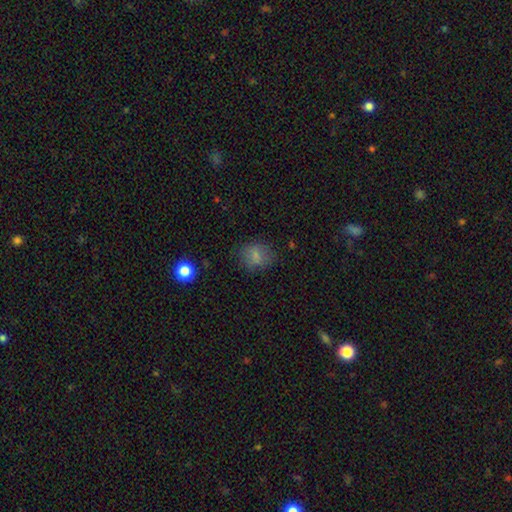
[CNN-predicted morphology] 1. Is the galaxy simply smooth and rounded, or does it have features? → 76% smooth, 13% star or artifact, 12% featured or disk.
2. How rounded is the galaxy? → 62% round, 36% in between, 1% cigar-shaped.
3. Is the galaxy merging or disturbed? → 73% none, 17% minor disturbance, 7% major disturbance, 2% merger.